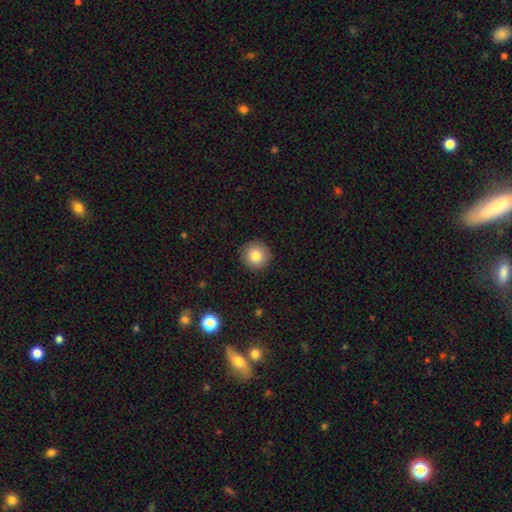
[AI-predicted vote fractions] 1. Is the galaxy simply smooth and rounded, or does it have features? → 82% smooth, 9% star or artifact, 9% featured or disk.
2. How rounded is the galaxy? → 95% round, 4% in between, 1% cigar-shaped.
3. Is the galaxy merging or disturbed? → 90% none, 7% minor disturbance, 2% major disturbance, 1% merger.